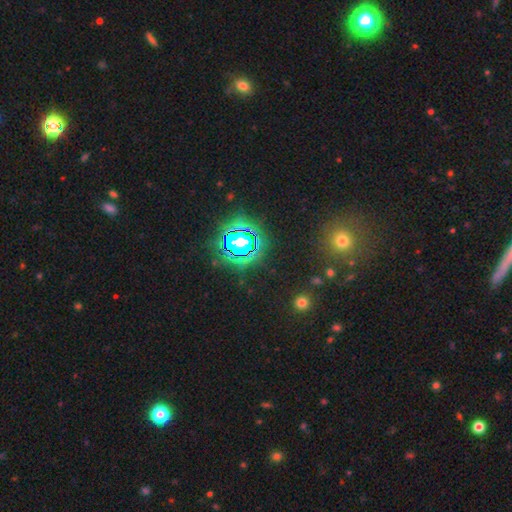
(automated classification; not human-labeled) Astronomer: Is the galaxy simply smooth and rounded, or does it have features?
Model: star or artifact — 73%.